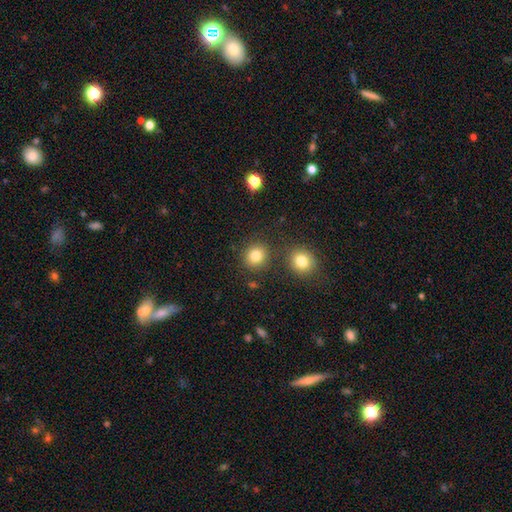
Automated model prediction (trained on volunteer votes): smooth_or_featured: smooth (p=0.83) [alt: star or artifact p=0.12]
how_rounded: round (p=0.85) [alt: in between p=0.14]
merging: none (p=0.83) [alt: minor disturbance p=0.07]